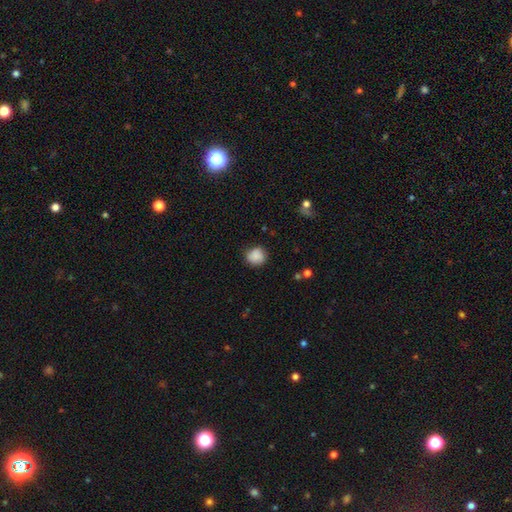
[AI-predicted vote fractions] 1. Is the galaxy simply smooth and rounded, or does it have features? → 84% smooth, 9% star or artifact, 8% featured or disk.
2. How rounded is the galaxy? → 84% round, 15% in between, 1% cigar-shaped.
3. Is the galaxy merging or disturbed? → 75% none, 18% minor disturbance, 4% major disturbance, 2% merger.